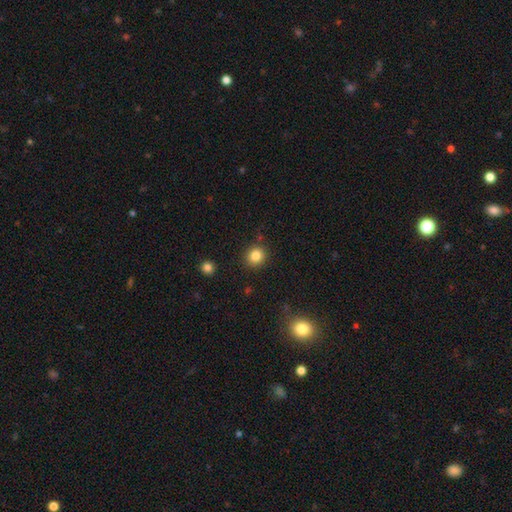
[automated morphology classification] This is clearly a smooth galaxy (84%). How rounded: clearly round (88%). Merging: clearly none (88%).